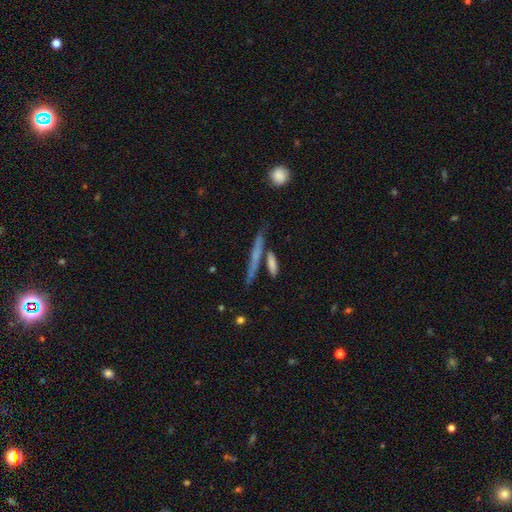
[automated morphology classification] smooth_or_featured: smooth (p=0.48) [alt: featured or disk p=0.43]
merging: none (p=0.73) [alt: merger p=0.14]